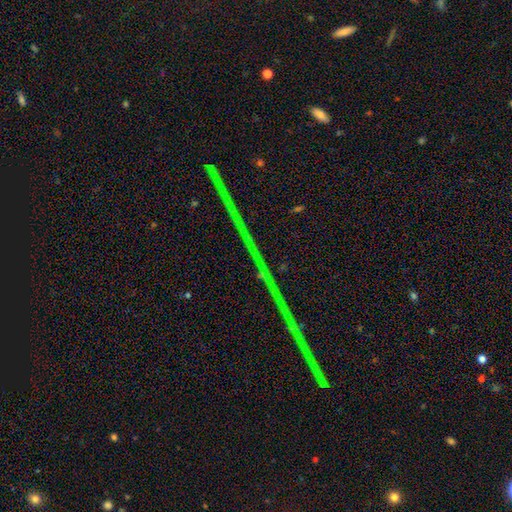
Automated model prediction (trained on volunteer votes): smooth_or_featured: star or artifact (p=0.86) [alt: featured or disk p=0.08]